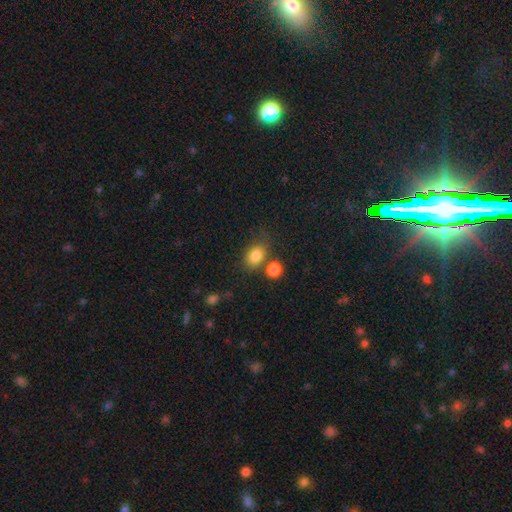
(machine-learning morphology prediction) Smooth or featured? smooth (82%)
How rounded? in between (66%)
Merging? none (59%)